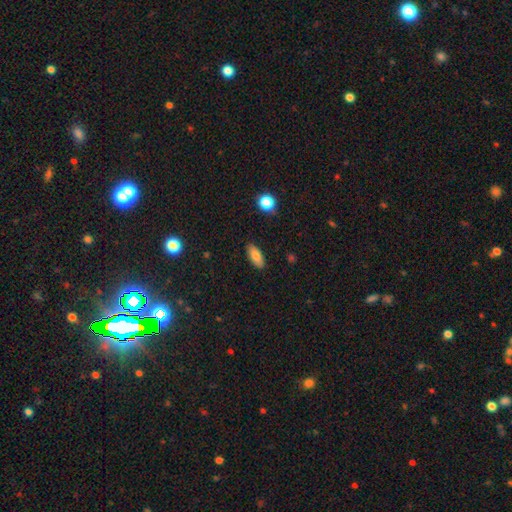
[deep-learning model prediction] This appears to be a smooth galaxy with no disk features (81%) that is in between round and cigar-shaped (85%). Merging: none (88%).